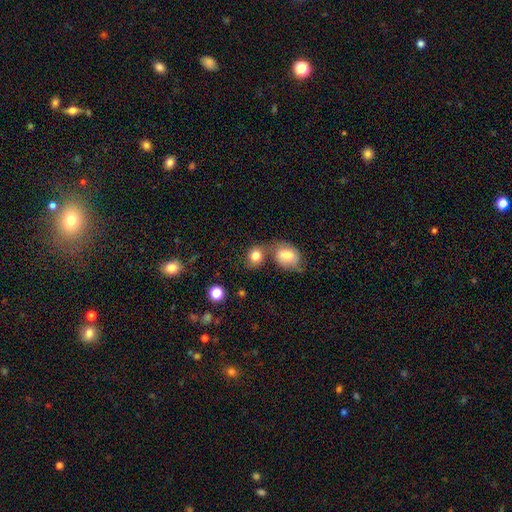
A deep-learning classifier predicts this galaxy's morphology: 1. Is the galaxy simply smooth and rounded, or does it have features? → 79% smooth, 13% featured or disk, 9% star or artifact.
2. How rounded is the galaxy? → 68% round, 30% in between, 1% cigar-shaped.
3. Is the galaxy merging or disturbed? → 43% merger, 41% none, 11% minor disturbance, 5% major disturbance.